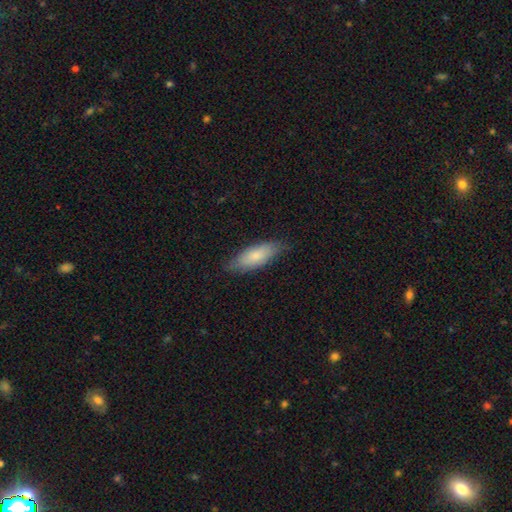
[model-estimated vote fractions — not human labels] Overall: smooth (77%). How rounded: in between (65%; cigar-shaped 33%). Merging: none (79%).